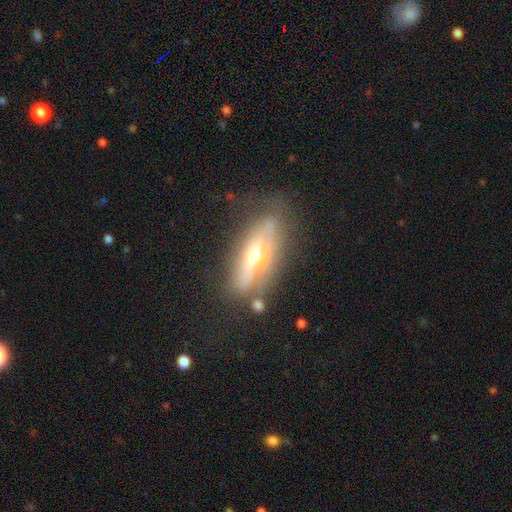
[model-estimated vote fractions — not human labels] The model was most divided on "edge-on disk": yes: 60%, no: 40%. More confident: smooth or featured — featured or disk (67%); merging — none (65%).